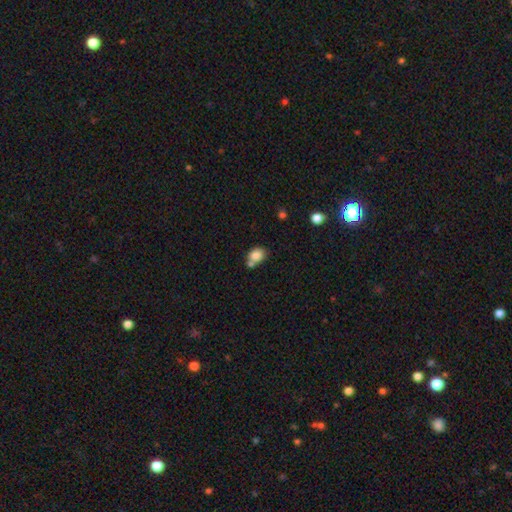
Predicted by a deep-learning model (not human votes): Overall: smooth (82%). How rounded: in between (53%; round 46%). Merging: none (47%; merger 35%).